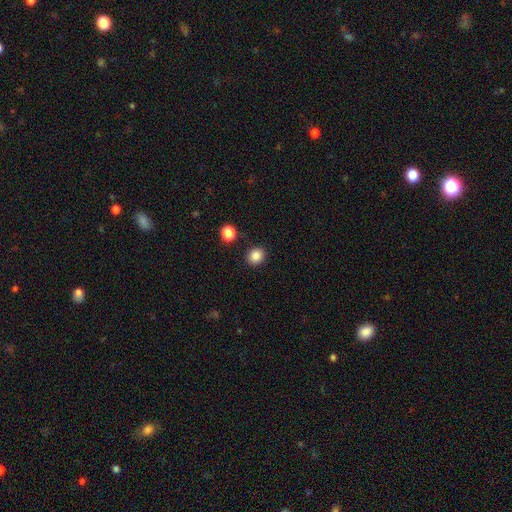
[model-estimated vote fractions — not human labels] Morphology: type=smooth (85%); roundness=round (76%); merging=none (88%).